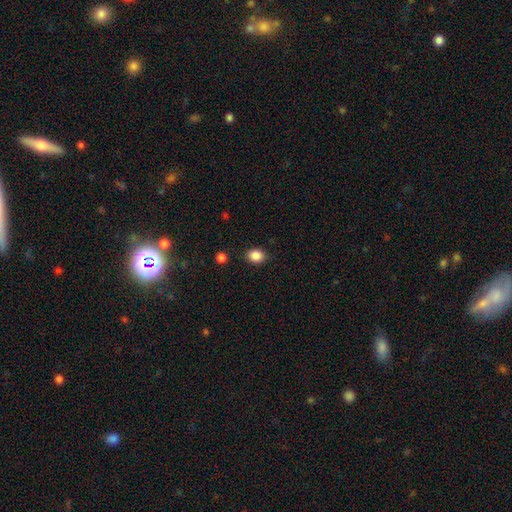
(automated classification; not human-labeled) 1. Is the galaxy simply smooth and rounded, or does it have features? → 87% smooth, 10% star or artifact, 4% featured or disk.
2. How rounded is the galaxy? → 50% round, 49% in between, 1% cigar-shaped.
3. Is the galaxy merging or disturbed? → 85% none, 10% minor disturbance, 3% major disturbance, 2% merger.